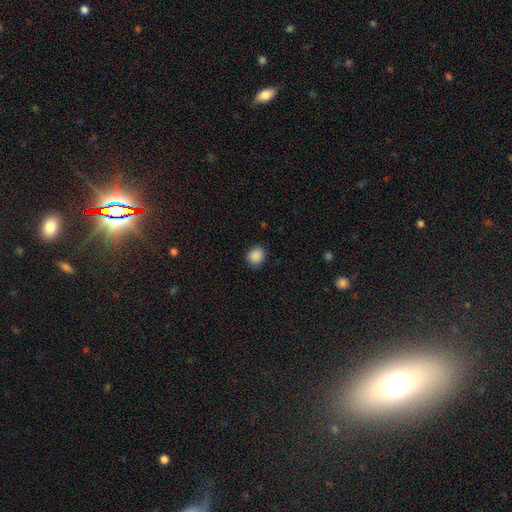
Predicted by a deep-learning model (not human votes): This is clearly a smooth galaxy (88%). How rounded: likely round (71%). Merging: clearly none (87%).